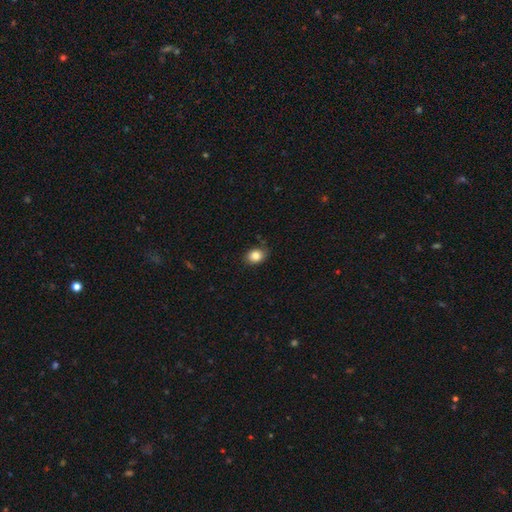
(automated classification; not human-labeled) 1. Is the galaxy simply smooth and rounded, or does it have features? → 84% smooth, 9% star or artifact, 7% featured or disk.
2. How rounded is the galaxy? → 61% in between, 38% round, 1% cigar-shaped.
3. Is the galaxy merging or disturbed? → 81% none, 14% minor disturbance, 3% major disturbance, 2% merger.